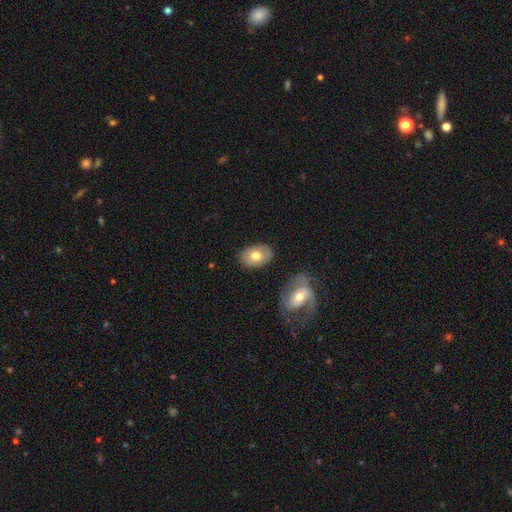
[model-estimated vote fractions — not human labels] Q: Smooth or featured?
A: smooth (68%); runner-up: featured or disk (26%)
Q: How rounded?
A: in between (86%); runner-up: round (13%)
Q: Merging?
A: none (80%); runner-up: minor disturbance (13%)